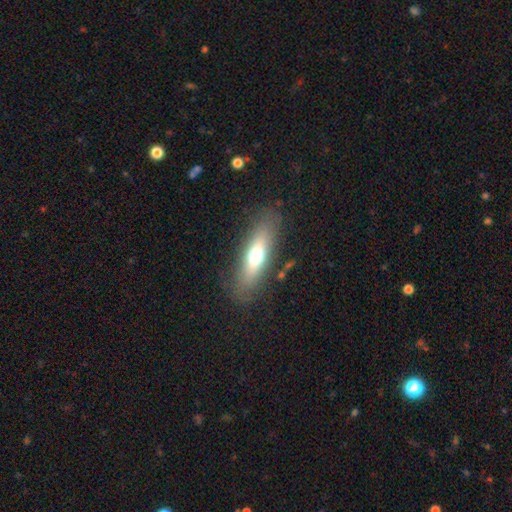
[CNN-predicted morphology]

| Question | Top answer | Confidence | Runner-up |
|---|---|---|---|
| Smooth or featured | smooth | 58% | featured or disk (34%) |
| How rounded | cigar-shaped | 49% | in between (48%) |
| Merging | none | 84% | minor disturbance (10%) |